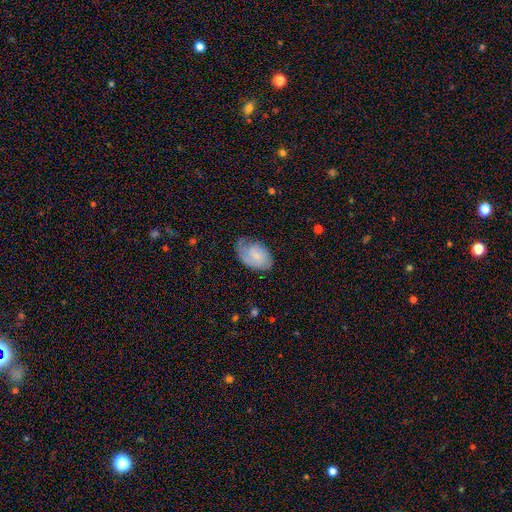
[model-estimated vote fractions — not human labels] This appears to be a smooth galaxy with no disk features (53%) that is in between round and cigar-shaped (89%). Merging: none (50%).